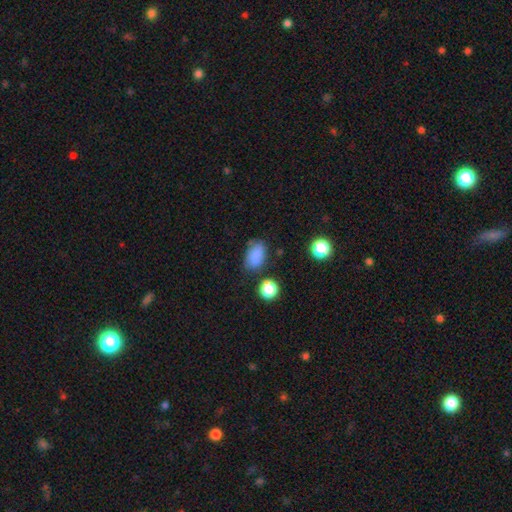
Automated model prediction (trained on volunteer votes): The model was most divided on "merging": none: 67%, minor disturbance: 22%, merger: 6%, major disturbance: 6%. More confident: how rounded — in between (86%); smooth or featured — smooth (83%).